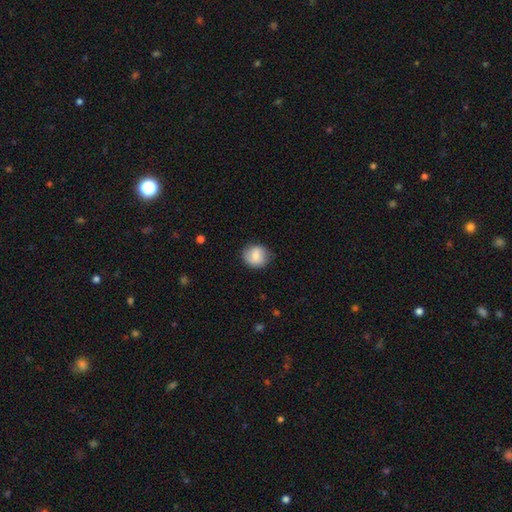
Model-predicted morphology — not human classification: Smooth or featured? smooth (81%)
How rounded? round (80%)
Merging? none (82%)